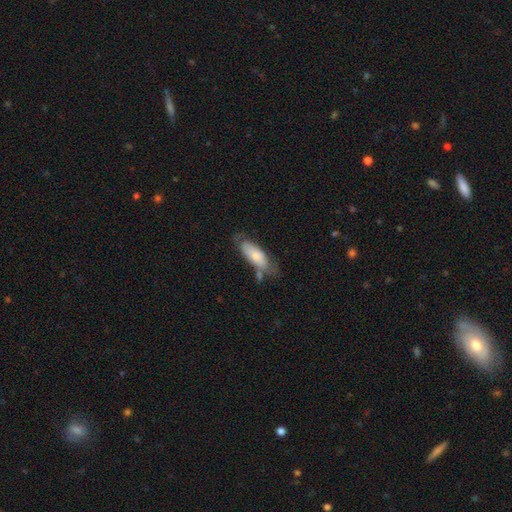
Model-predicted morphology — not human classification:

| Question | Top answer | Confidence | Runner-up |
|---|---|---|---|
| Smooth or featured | smooth | 72% | featured or disk (22%) |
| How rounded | in between | 71% | cigar-shaped (27%) |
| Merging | none | 49% | minor disturbance (29%) |